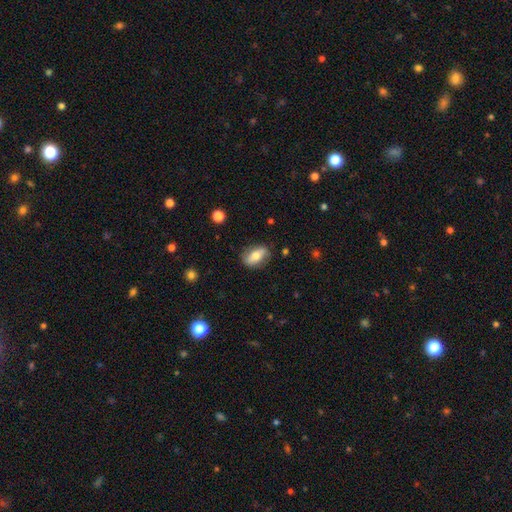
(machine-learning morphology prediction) This appears to be a smooth galaxy with no disk features (62%) that is in between round and cigar-shaped (84%). Merging: none (81%).